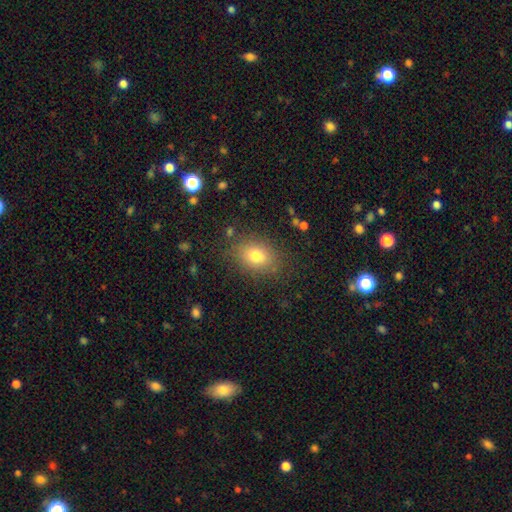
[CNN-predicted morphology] type=smooth (78%); roundness=in between (75%); merging=none (82%).